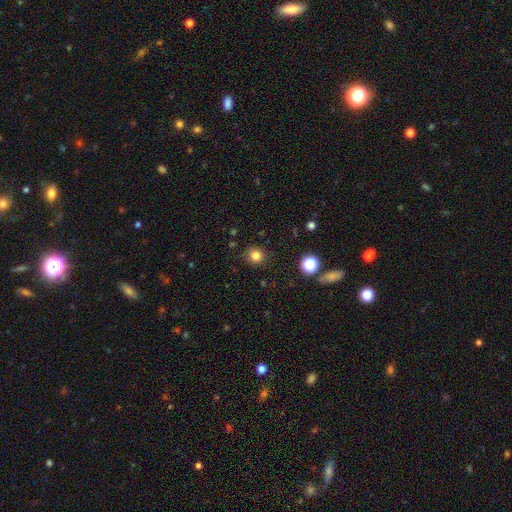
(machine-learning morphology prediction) A smooth galaxy with no disk features (82%) that is round (88%).

Vote fractions:
- Smooth or featured? smooth: 82% / star or artifact: 13% / featured or disk: 4%
- How rounded? round: 88% / in between: 11% / cigar-shaped: 1%
- Merging? none: 88% / minor disturbance: 8% / major disturbance: 3% / merger: 2%